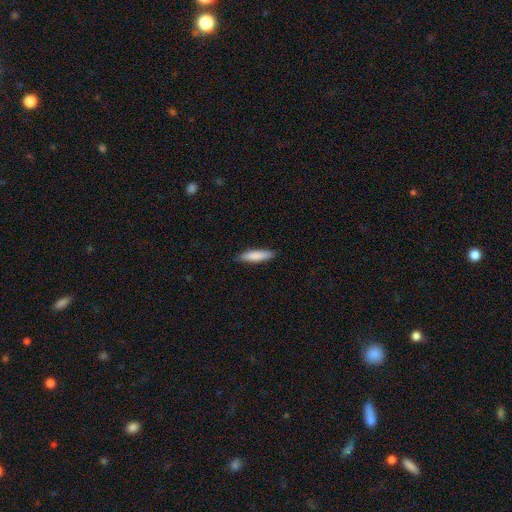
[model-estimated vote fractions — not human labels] Q: Smooth or featured?
A: smooth (84%); runner-up: featured or disk (11%)
Q: How rounded?
A: cigar-shaped (75%); runner-up: in between (24%)
Q: Merging?
A: none (87%); runner-up: minor disturbance (10%)